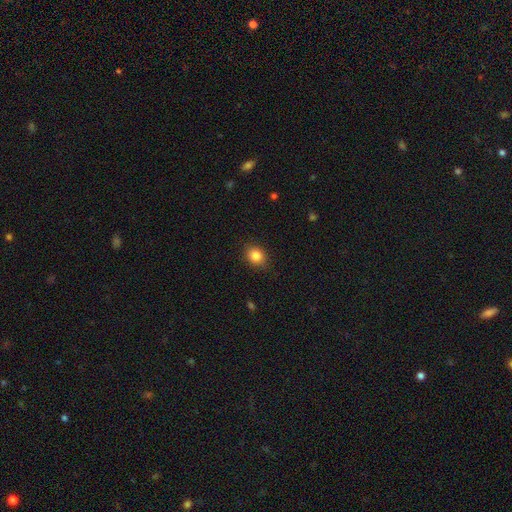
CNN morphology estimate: This appears to be a smooth galaxy with no disk features (85%) that is round (59%). Merging: none (87%).